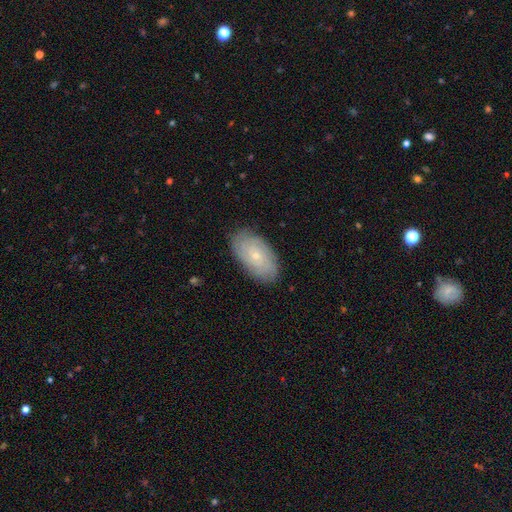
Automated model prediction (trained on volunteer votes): featured or disk 56%, smooth 36%, star or artifact 8%. Down the decision tree: edge-on disk — no (93%); bar — no (81%); spiral arms — yes (84%); bulge size — small (78%); merging — none (84%).